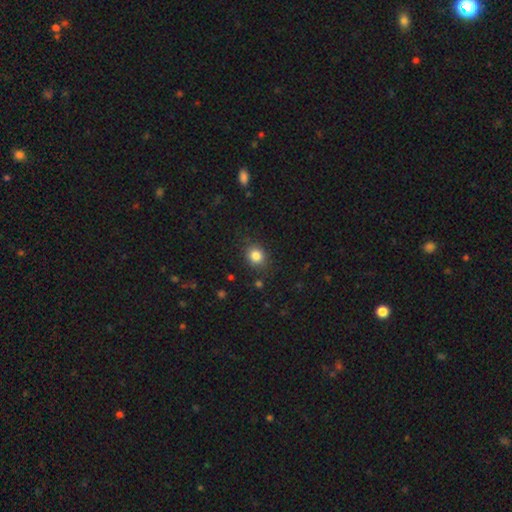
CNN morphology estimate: This appears to be a smooth galaxy with no disk features (83%) that is round (70%). Merging: none (85%).